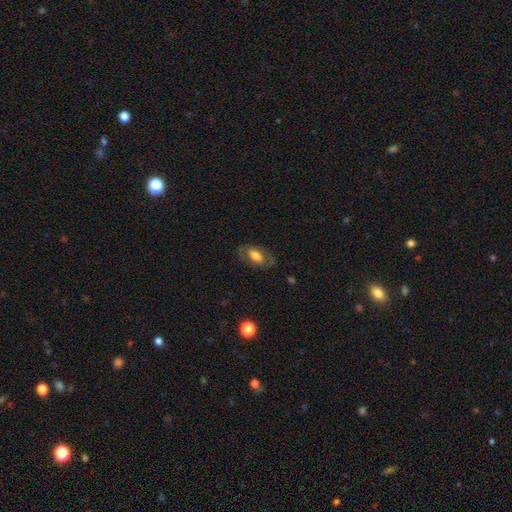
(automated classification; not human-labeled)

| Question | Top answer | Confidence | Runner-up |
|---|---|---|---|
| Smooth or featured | smooth | 55% | featured or disk (38%) |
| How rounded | in between | 90% | round (7%) |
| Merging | none | 75% | minor disturbance (16%) |